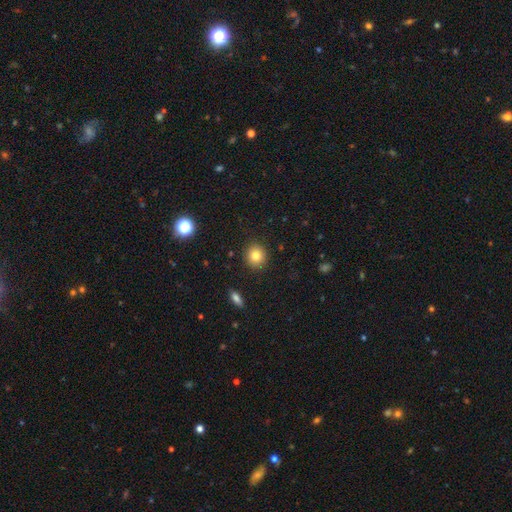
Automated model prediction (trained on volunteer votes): Smooth or featured? smooth (81%)
How rounded? round (89%)
Merging? none (91%)